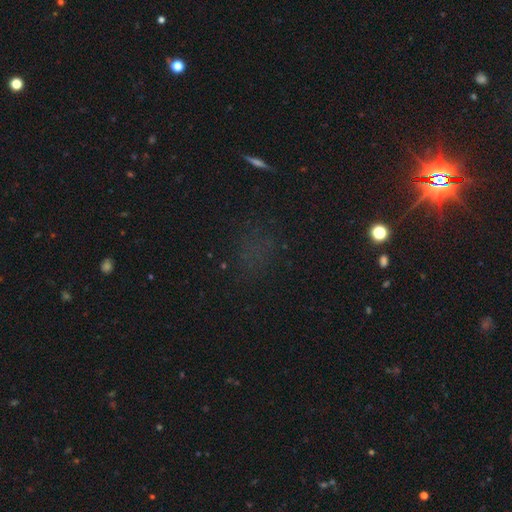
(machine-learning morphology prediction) A star or artifact, not a galaxy (62%).

Vote fractions:
- Smooth or featured? star or artifact: 62% / smooth: 26% / featured or disk: 11%